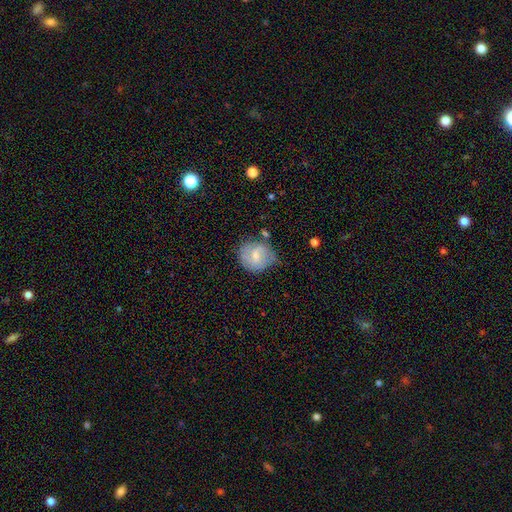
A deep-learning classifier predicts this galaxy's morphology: Smooth or featured?
  - featured or disk: 53% *
  - smooth: 40%
  - star or artifact: 7%
Edge-on disk?
  - no: 98% *
  - yes: 2%
Bar?
  - weak: 58% *
  - no: 30%
  - strong: 12%
Spiral arms?
  - yes: 83% *
  - no: 17%
Bulge size?
  - small: 53% *
  - moderate: 38%
  - none: 6%
  - large: 2%
  - dominant: 1%
Merging?
  - none: 61% *
  - minor disturbance: 26%
  - major disturbance: 8%
  - merger: 5%